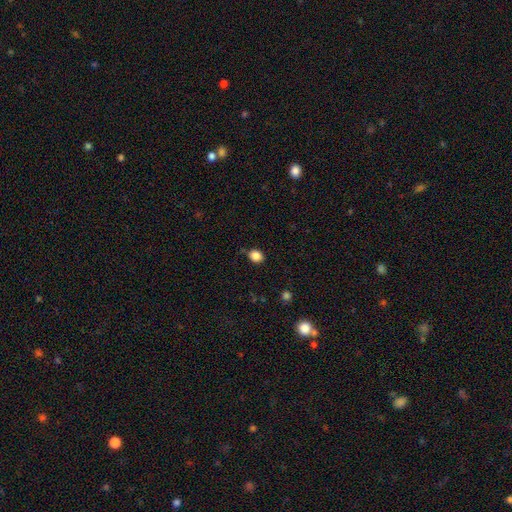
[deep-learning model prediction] Smooth or featured?
  - smooth: 85% *
  - star or artifact: 11%
  - featured or disk: 4%
How rounded?
  - round: 57% *
  - in between: 42%
  - cigar-shaped: 1%
Merging?
  - none: 80% *
  - minor disturbance: 14%
  - major disturbance: 3%
  - merger: 3%